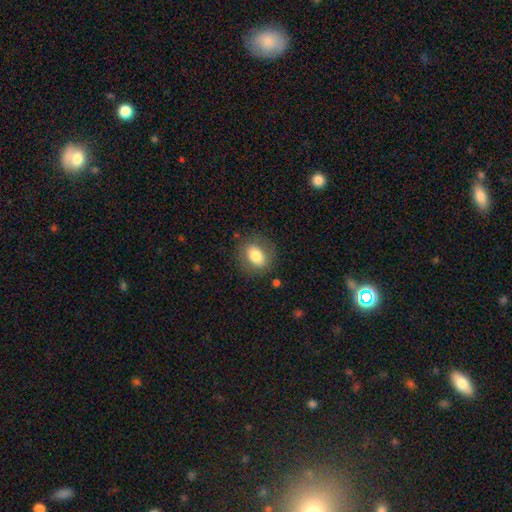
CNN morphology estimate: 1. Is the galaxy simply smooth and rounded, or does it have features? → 73% smooth, 20% featured or disk, 8% star or artifact.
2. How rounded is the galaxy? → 65% in between, 33% round, 2% cigar-shaped.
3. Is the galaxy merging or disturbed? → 81% none, 12% minor disturbance, 5% major disturbance, 2% merger.